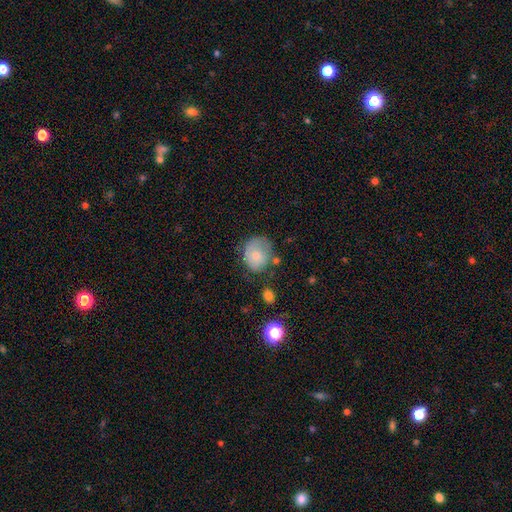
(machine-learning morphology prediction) A smooth galaxy with no disk features (69%) that is round (69%).

Vote fractions:
- Smooth or featured? smooth: 69% / featured or disk: 23% / star or artifact: 8%
- How rounded? round: 69% / in between: 30% / cigar-shaped: 1%
- Merging? none: 51% / minor disturbance: 30% / major disturbance: 13% / merger: 6%